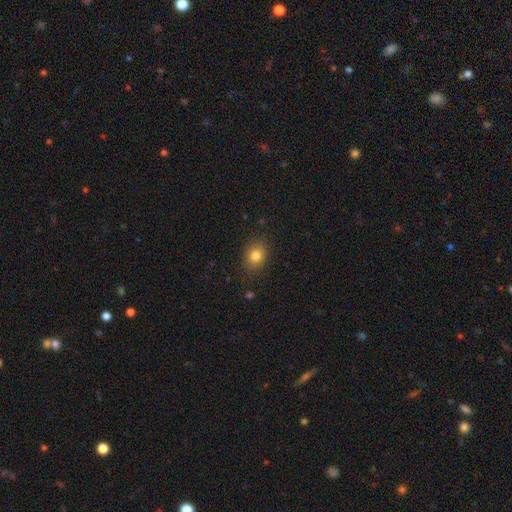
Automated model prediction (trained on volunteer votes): Morphology: type=smooth (81%); roundness=in between (51%); merging=none (85%).